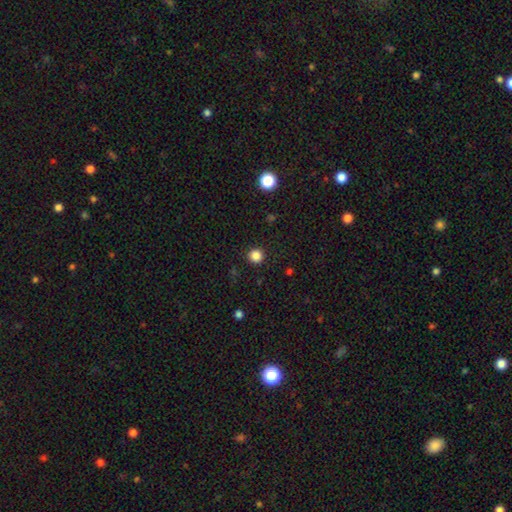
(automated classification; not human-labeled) This appears to be a smooth galaxy with no disk features (85%) that is round (94%). Merging: none (92%).